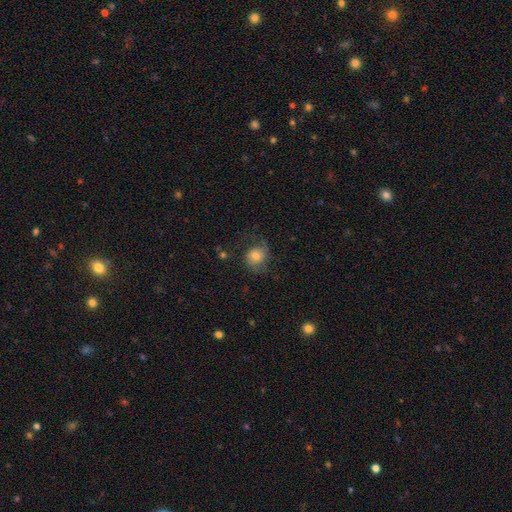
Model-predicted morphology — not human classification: Overall: smooth (55%; featured or disk 35%). How rounded: round (70%). Merging: none (55%; minor disturbance 23%).